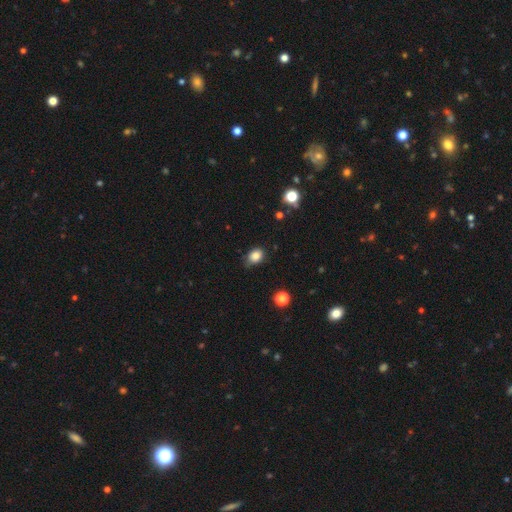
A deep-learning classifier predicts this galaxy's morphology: Smooth or featured: smooth — 83% (star or artifact — 11%)
How rounded: in between — 59% (round — 40%)
Merging: none — 69% (minor disturbance — 25%)